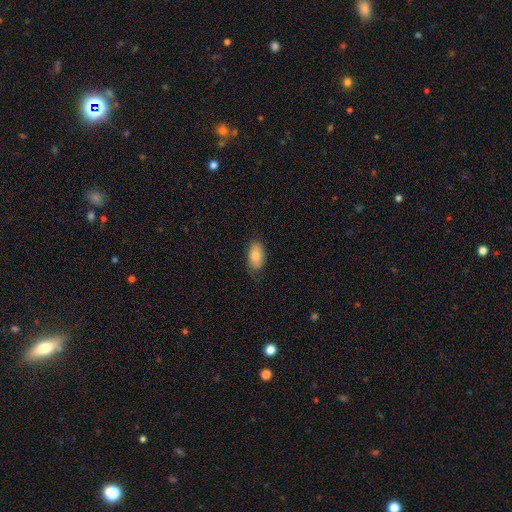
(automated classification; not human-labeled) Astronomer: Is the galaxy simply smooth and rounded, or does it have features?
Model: smooth — 82%.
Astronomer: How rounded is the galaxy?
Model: in between — 93%.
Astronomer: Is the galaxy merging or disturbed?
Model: none — 76%.